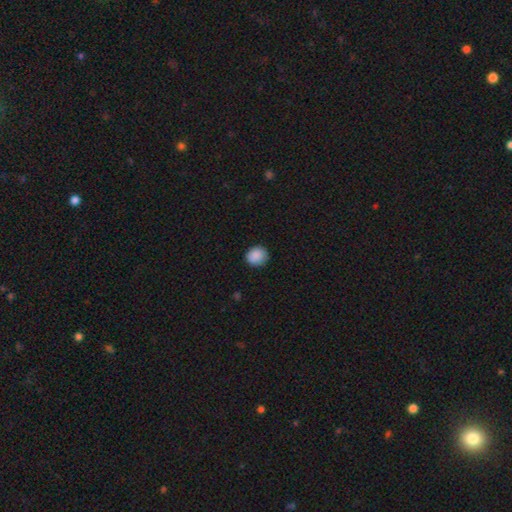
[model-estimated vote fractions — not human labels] Smooth or featured?
  - smooth: 89% *
  - star or artifact: 8%
  - featured or disk: 3%
How rounded?
  - round: 82% *
  - in between: 17%
  - cigar-shaped: 1%
Merging?
  - none: 85% *
  - minor disturbance: 12%
  - major disturbance: 2%
  - merger: 1%